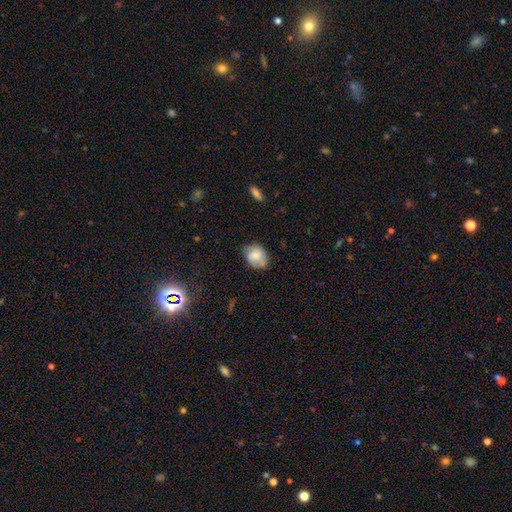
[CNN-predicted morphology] type=smooth (74%); roundness=in between (61%); merging=none (64%).